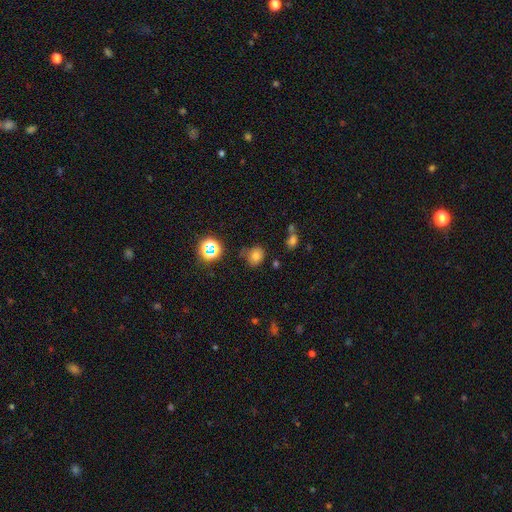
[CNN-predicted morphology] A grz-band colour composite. It shows a smooth galaxy with no disk features (71%) that is round (72%). Merging: none (70%).